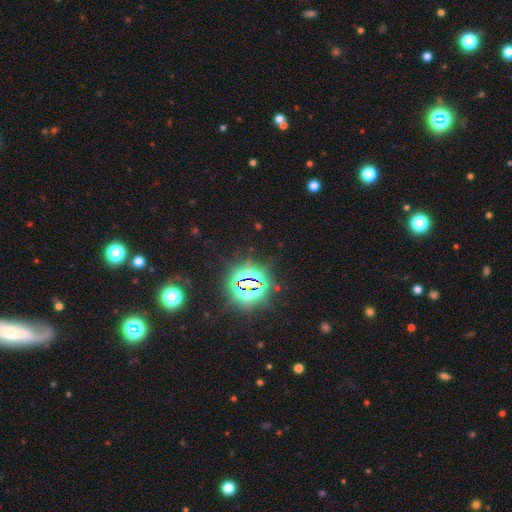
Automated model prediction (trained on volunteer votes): A star or artifact, not a galaxy (75%).

Vote fractions:
- Smooth or featured? star or artifact: 75% / smooth: 17% / featured or disk: 8%